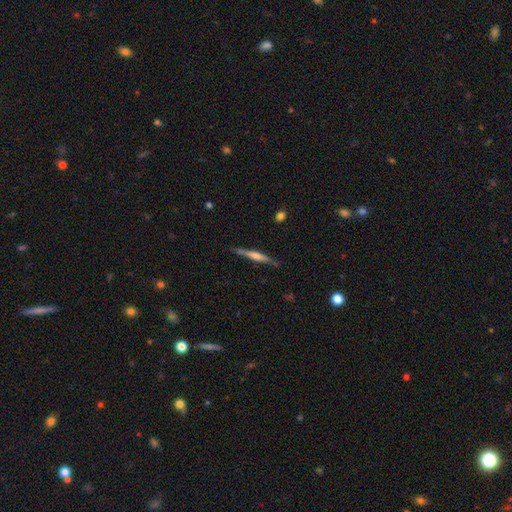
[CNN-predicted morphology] type=featured or disk (60%); edge-on=yes (97%); edge-on bulge=rounded (52%); merging=none (83%).